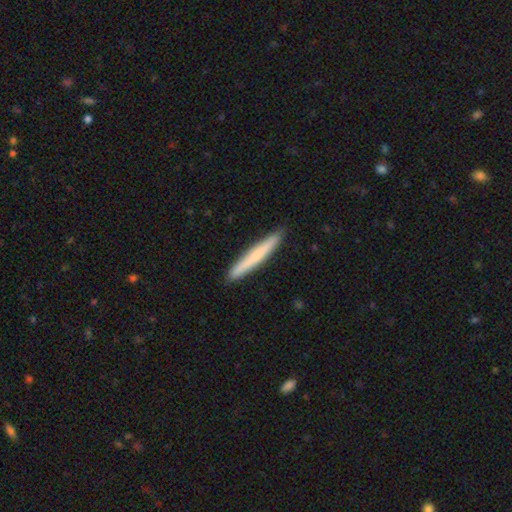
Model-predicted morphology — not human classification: The model was most divided on "smooth or featured": smooth: 67%, featured or disk: 28%, star or artifact: 5%. More confident: how rounded — cigar-shaped (96%); merging — none (91%).